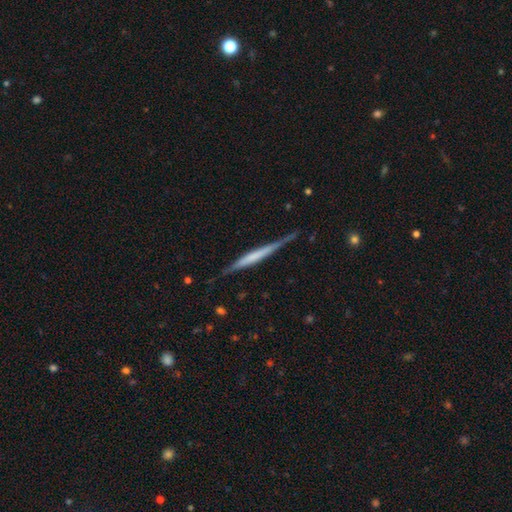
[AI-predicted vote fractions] A featured or disk galaxy (62%) viewed edge-on (96%) with no central bulge (57%).

Vote fractions:
- Smooth or featured? featured or disk: 62% / smooth: 33% / star or artifact: 5%
- Edge-on disk? yes: 96% / no: 4%
- Edge-on bulge? none: 57% / boxy: 26% / rounded: 17%
- Merging? none: 79% / minor disturbance: 15% / major disturbance: 3% / merger: 2%